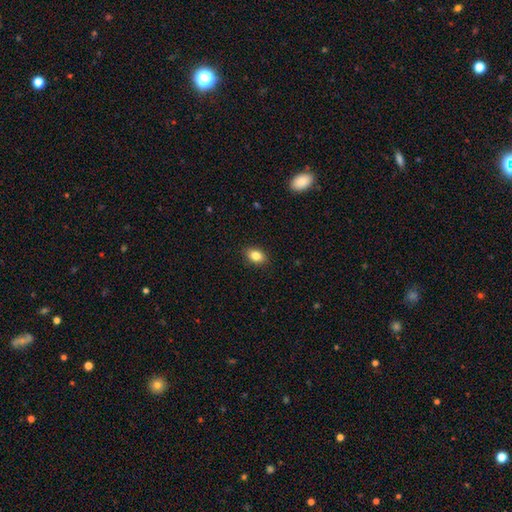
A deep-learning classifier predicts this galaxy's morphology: Smooth or featured? Predicted: smooth (p=0.84). How rounded? Predicted: in between (p=0.78). Merging? Predicted: none (p=0.89).